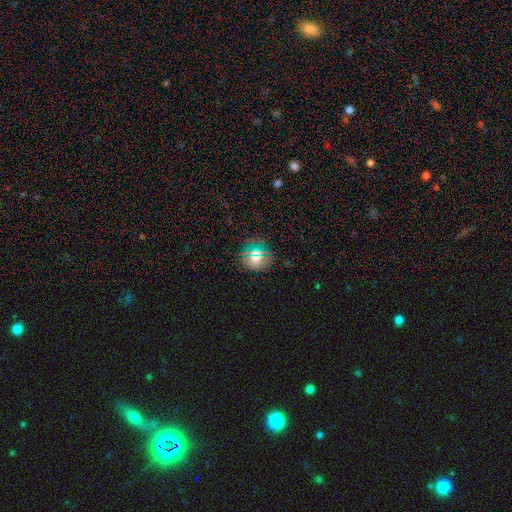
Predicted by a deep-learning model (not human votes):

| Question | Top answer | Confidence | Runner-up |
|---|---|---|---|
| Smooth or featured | smooth | 58% | star or artifact (32%) |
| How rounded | round | 81% | in between (17%) |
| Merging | none | 84% | minor disturbance (10%) |